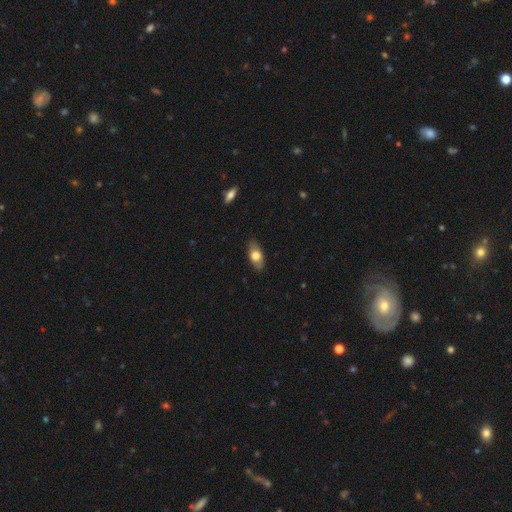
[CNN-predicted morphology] This appears to be a smooth galaxy with no disk features (70%) that is in between round and cigar-shaped (86%). Merging: none (86%).